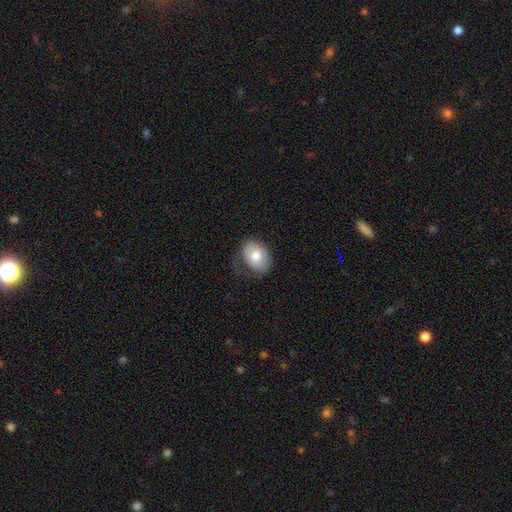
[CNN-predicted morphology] type=smooth (74%); roundness=in between (71%); merging=none (59%).